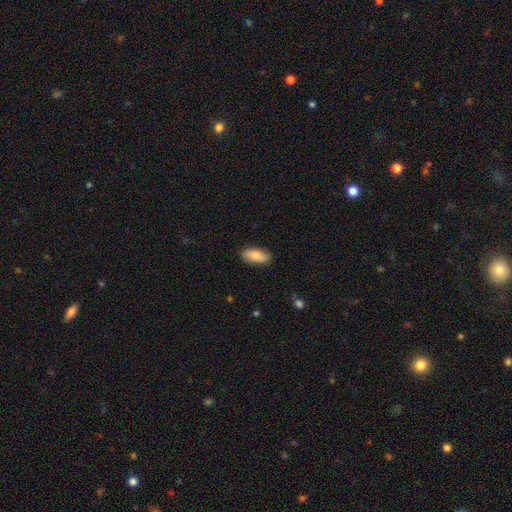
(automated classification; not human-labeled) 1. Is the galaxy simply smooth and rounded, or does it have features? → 85% smooth, 9% featured or disk, 6% star or artifact.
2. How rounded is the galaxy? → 87% in between, 11% cigar-shaped, 2% round.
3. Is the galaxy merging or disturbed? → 87% none, 10% minor disturbance, 2% major disturbance, 1% merger.